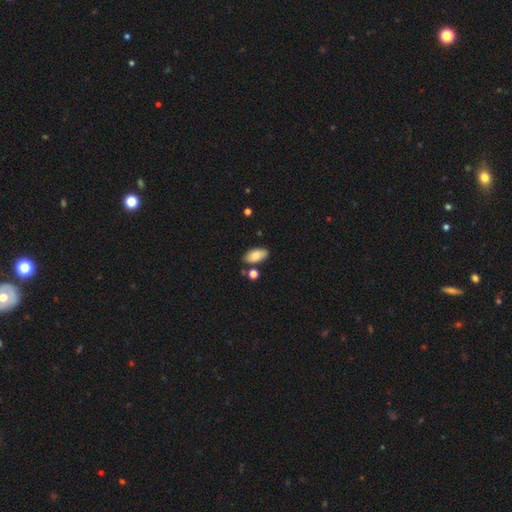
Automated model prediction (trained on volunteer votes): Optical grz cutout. It shows a smooth galaxy with no disk features (79%) that is in between round and cigar-shaped (92%). Merging: none (78%).